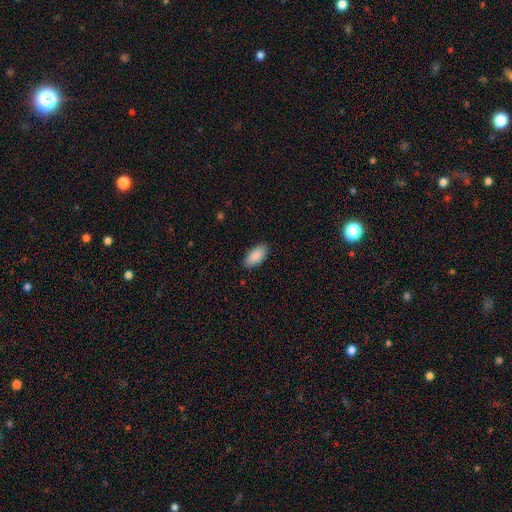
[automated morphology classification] smooth-or-featured: smooth: 90% | star or artifact: 6% | featured or disk: 4%
  how-rounded: in between: 93% | cigar-shaped: 5% | round: 2%
  merging: none: 86% | minor disturbance: 11% | major disturbance: 2% | merger: 1%